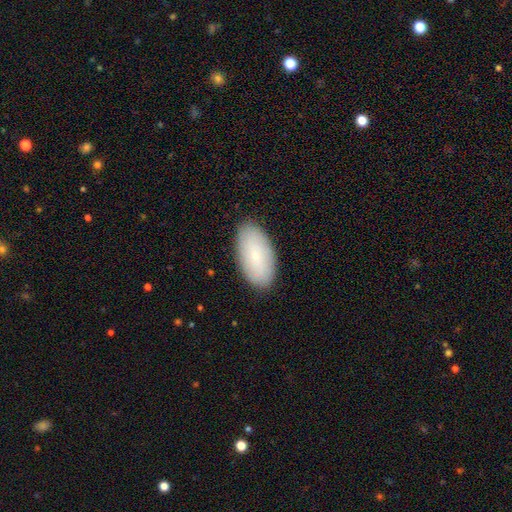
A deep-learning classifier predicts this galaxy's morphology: Smooth or featured? smooth (70%)
How rounded? in between (95%)
Merging? none (88%)